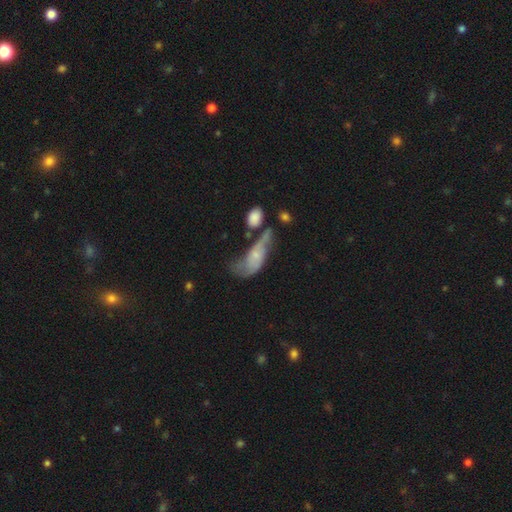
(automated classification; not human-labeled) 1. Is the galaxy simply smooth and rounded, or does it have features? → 50% featured or disk, 41% smooth, 9% star or artifact.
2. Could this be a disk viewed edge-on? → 86% no, 14% yes.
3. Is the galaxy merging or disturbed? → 31% major disturbance, 23% none, 23% merger, 23% minor disturbance.